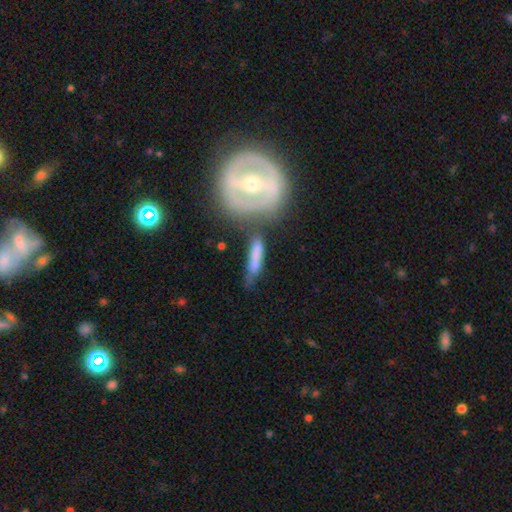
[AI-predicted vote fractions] A smooth galaxy with no disk features (57%) that is cigar-shaped (71%). Merging: none (43%).